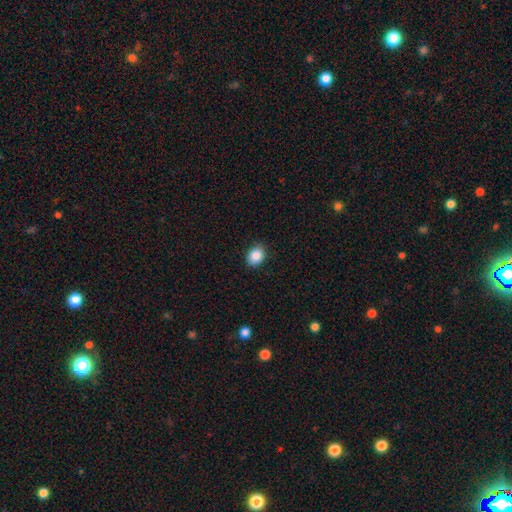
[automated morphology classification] Overall: smooth (87%). How rounded: in between (55%; round 44%). Merging: none (88%).